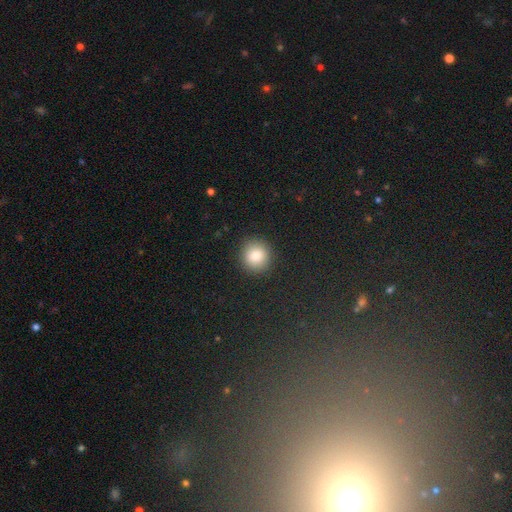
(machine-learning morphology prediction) type=smooth (84%); roundness=round (88%); merging=none (91%).